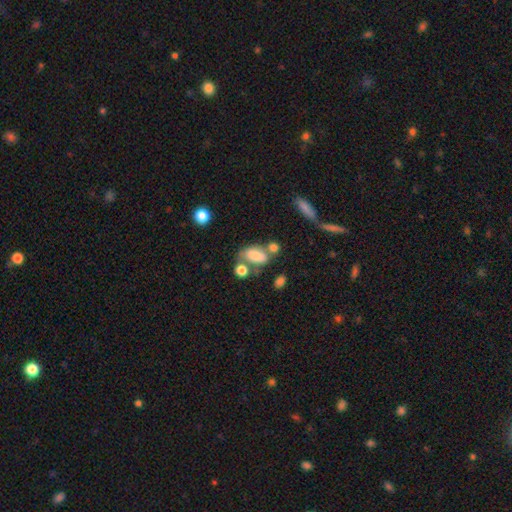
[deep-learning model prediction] smooth_or_featured: smooth (p=0.75) [alt: featured or disk p=0.15]
how_rounded: in between (p=0.88) [alt: round p=0.09]
merging: merger (p=0.35) [alt: none p=0.33]